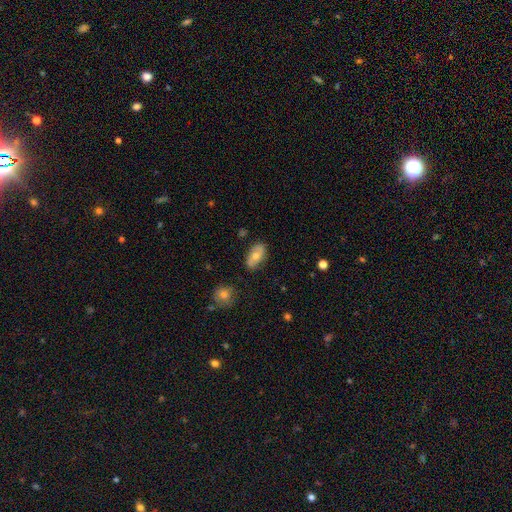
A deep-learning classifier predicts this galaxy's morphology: smooth 57%, featured or disk 36%, star or artifact 7%. Down the decision tree: how rounded — in between (91%); merging — none (83%).